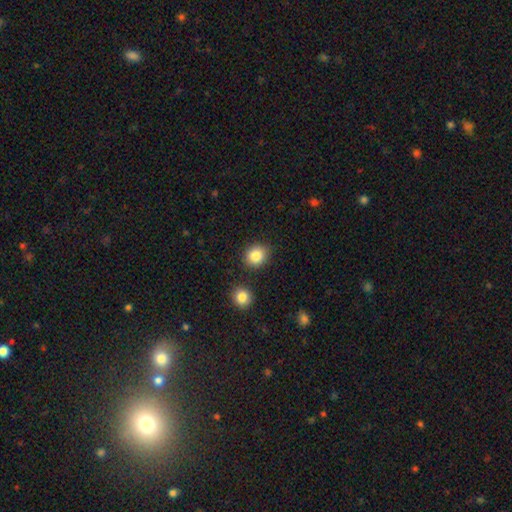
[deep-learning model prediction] This appears to be a smooth galaxy with no disk features (86%) that is round (73%). Merging: none (83%).